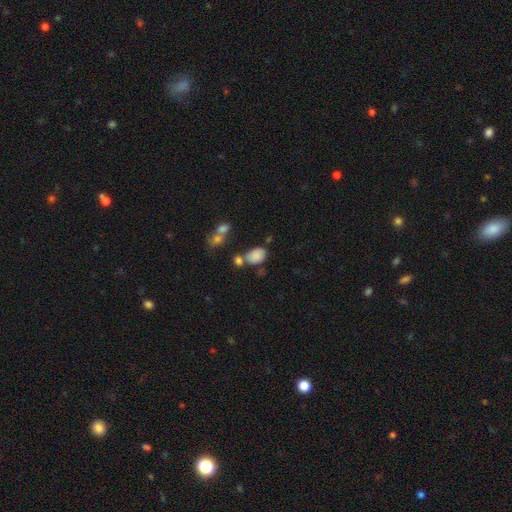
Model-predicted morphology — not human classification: smooth_or_featured: smooth (p=0.82) [alt: star or artifact p=0.10]
how_rounded: in between (p=0.83) [alt: round p=0.15]
merging: none (p=0.50) [alt: merger p=0.24]